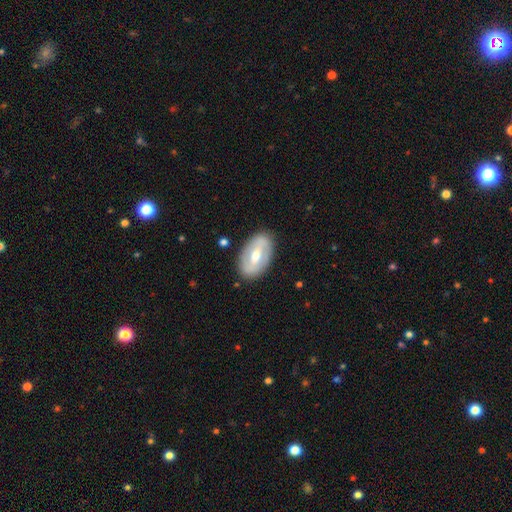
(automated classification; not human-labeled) smooth-or-featured: featured or disk: 63% | smooth: 31% | star or artifact: 5%
  disk-edge-on: no: 91% | yes: 9%
    bar: strong: 44% | weak: 38% | no: 17%
    has-spiral-arms: no: 53% | yes: 47%
    bulge-size: moderate: 69% | small: 20% | large: 9% | none: 1% | dominant: 1%
  merging: none: 85% | minor disturbance: 11% | major disturbance: 3% | merger: 1%